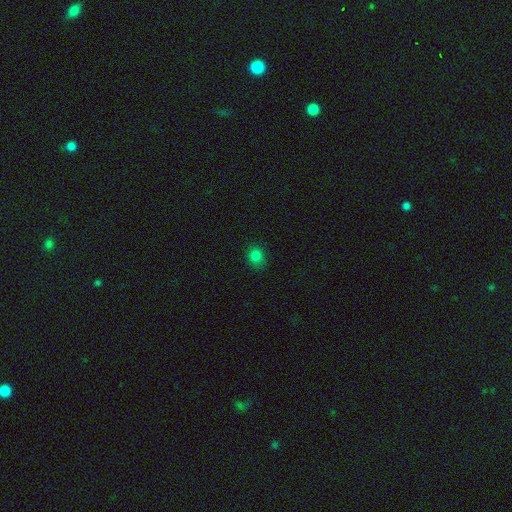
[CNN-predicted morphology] Smooth or featured: smooth — 81% (star or artifact — 15%)
How rounded: round — 78% (in between — 21%)
Merging: none — 87% (minor disturbance — 10%)